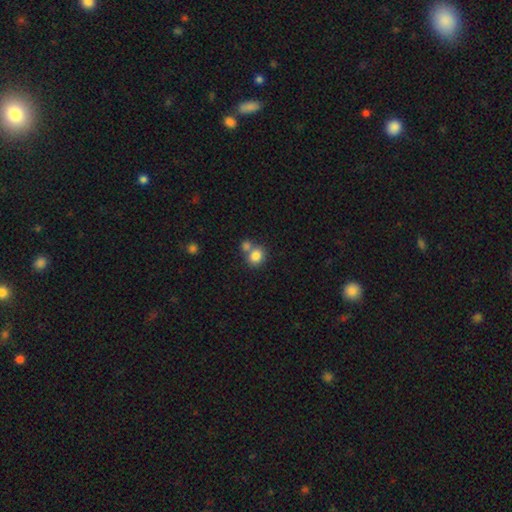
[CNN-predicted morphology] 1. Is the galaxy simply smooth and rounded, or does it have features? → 83% smooth, 10% star or artifact, 7% featured or disk.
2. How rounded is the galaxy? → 73% round, 26% in between, 1% cigar-shaped.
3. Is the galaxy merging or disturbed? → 51% none, 38% merger, 9% minor disturbance, 3% major disturbance.